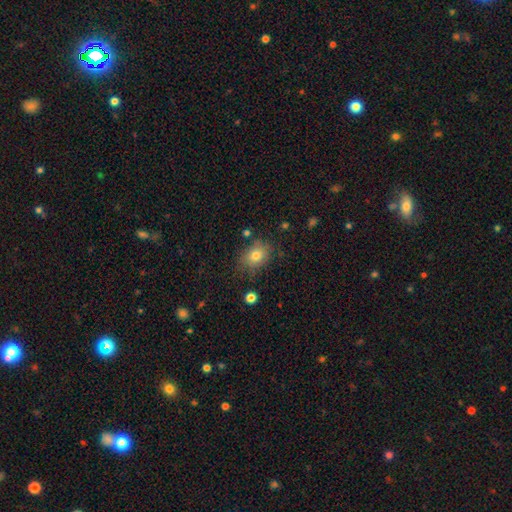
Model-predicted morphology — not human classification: This is likely a smooth galaxy (79%). How rounded: likely in between (61%). Merging: likely none (74%).